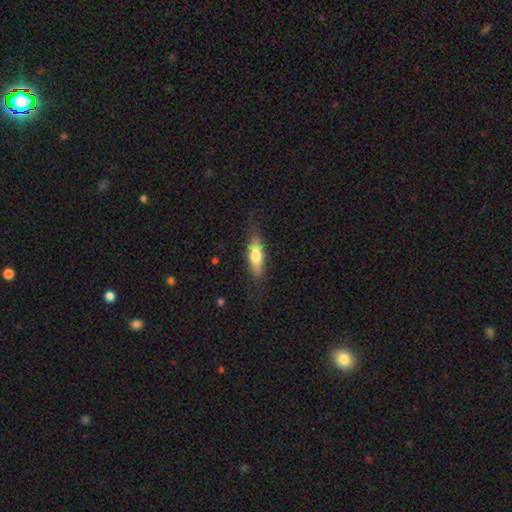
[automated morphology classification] This appears to be a smooth galaxy with no disk features (68%) that is in between round and cigar-shaped (55%). Merging: none (78%).